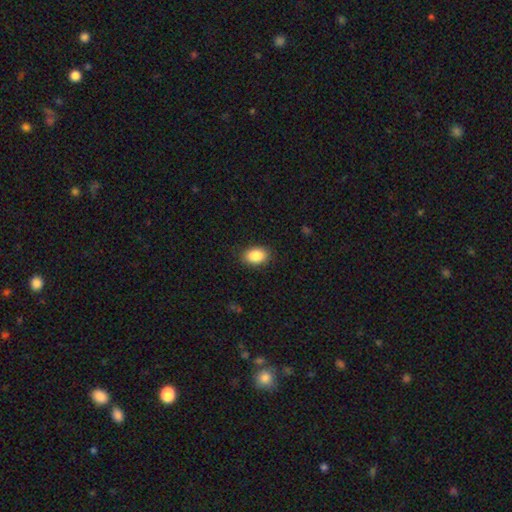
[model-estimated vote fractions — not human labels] smooth_or_featured: smooth (p=0.88) [alt: star or artifact p=0.07]
how_rounded: in between (p=0.84) [alt: round p=0.15]
merging: none (p=0.88) [alt: minor disturbance p=0.09]